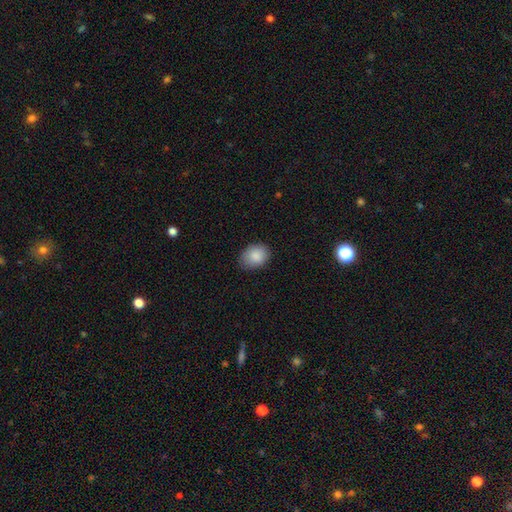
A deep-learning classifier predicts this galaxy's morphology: This appears to be a smooth galaxy with no disk features (88%) that is in between round and cigar-shaped (66%). Merging: none (81%).